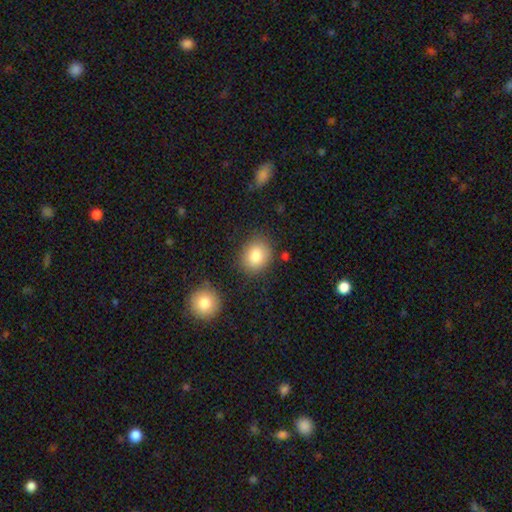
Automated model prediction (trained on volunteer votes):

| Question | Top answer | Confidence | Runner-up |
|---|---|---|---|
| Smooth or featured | smooth | 84% | star or artifact (8%) |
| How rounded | round | 57% | in between (42%) |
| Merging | none | 81% | minor disturbance (12%) |